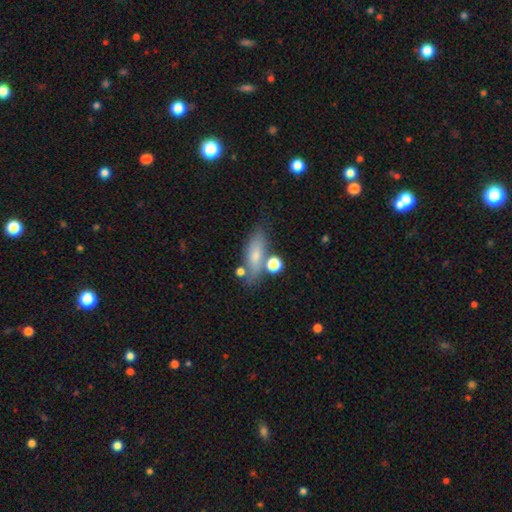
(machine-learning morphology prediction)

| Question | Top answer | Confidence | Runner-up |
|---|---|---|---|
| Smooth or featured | smooth | 68% | featured or disk (23%) |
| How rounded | in between | 56% | cigar-shaped (38%) |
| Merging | none | 64% | minor disturbance (17%) |